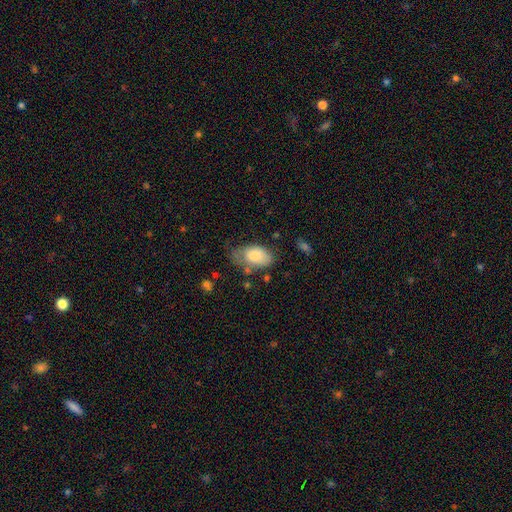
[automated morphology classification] smooth 79%, featured or disk 15%, star or artifact 6%. Down the decision tree: how rounded — in between (93%); merging — none (46%).